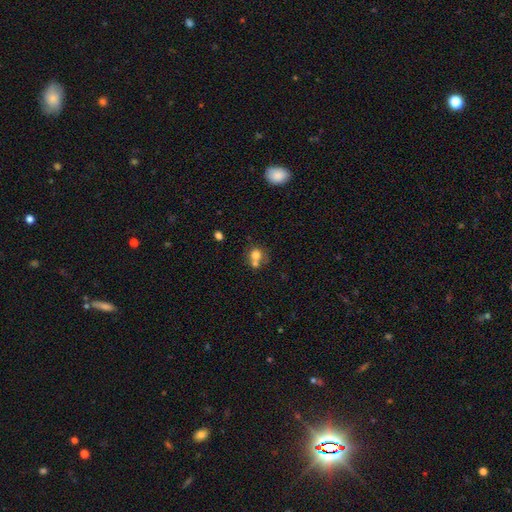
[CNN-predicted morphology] smooth-or-featured: smooth: 73% | featured or disk: 16% | star or artifact: 11%
  how-rounded: round: 77% | in between: 22% | cigar-shaped: 1%
  merging: merger: 46% | none: 40% | minor disturbance: 10% | major disturbance: 5%